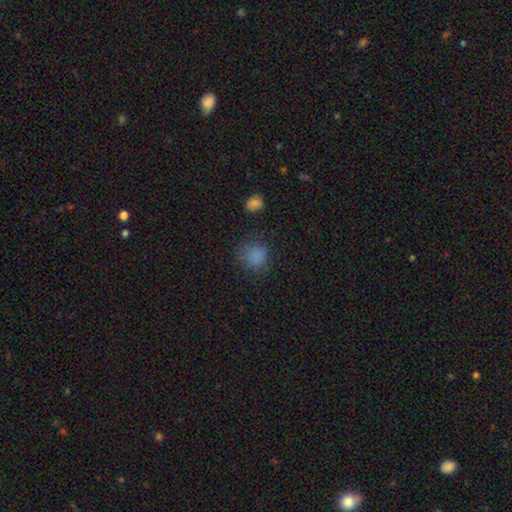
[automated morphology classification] smooth 80%, star or artifact 14%, featured or disk 6%. Down the decision tree: how rounded — round (83%); merging — none (69%).